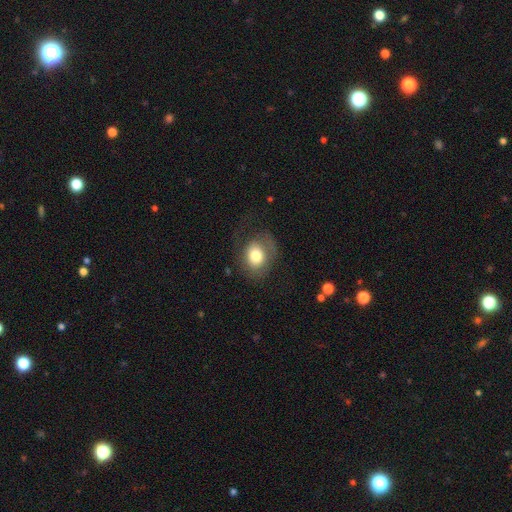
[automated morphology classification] A smooth galaxy with no disk features (71%) that is round (52%). Merging: none (58%).